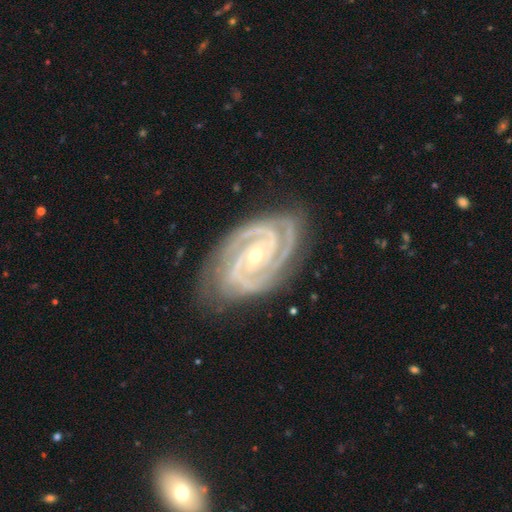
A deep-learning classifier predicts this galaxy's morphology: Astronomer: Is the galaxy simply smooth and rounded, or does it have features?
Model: featured or disk — 94%.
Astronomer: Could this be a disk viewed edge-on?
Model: no — 97%.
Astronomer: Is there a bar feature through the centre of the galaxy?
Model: no — 47% (runner-up: weak, 30%).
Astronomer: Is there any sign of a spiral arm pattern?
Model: yes — 99%.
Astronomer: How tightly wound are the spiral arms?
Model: tight — 77%.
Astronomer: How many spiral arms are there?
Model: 2 — 42% (runner-up: 3, 36%).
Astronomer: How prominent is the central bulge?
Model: small — 69%.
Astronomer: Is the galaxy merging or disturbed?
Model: none — 78%.